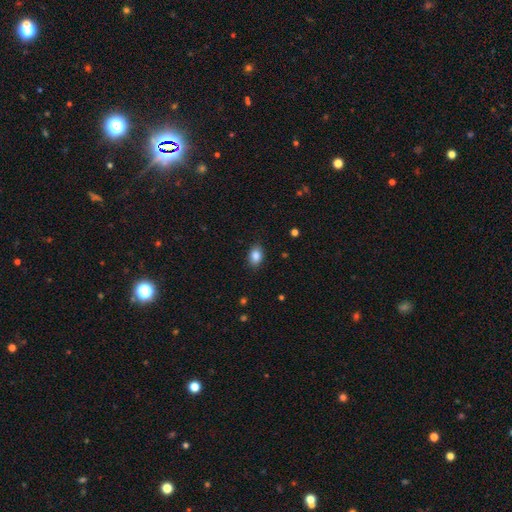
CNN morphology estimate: Smooth or featured? smooth (86%)
How rounded? in between (77%)
Merging? none (86%)